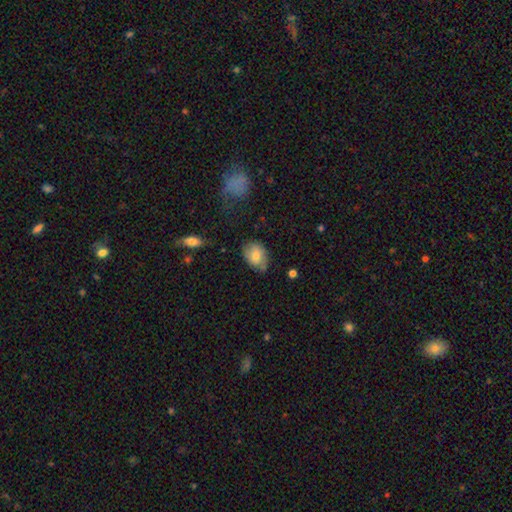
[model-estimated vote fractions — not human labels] smooth_or_featured: smooth (p=0.73) [alt: featured or disk p=0.18]
how_rounded: in between (p=0.68) [alt: round p=0.31]
merging: none (p=0.56) [alt: minor disturbance p=0.33]